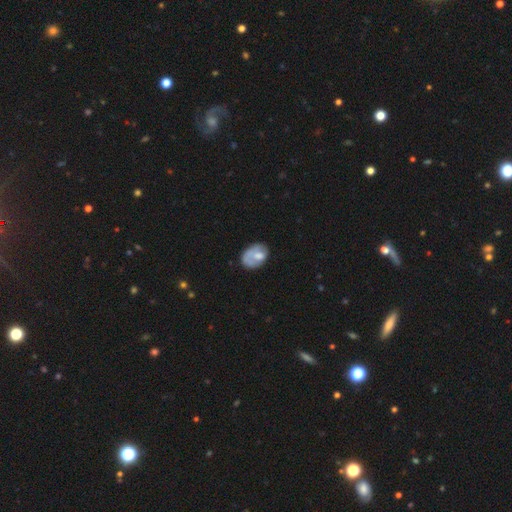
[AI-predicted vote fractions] Morphology: type=smooth (58%); roundness=in between (74%); merging=none (48%).